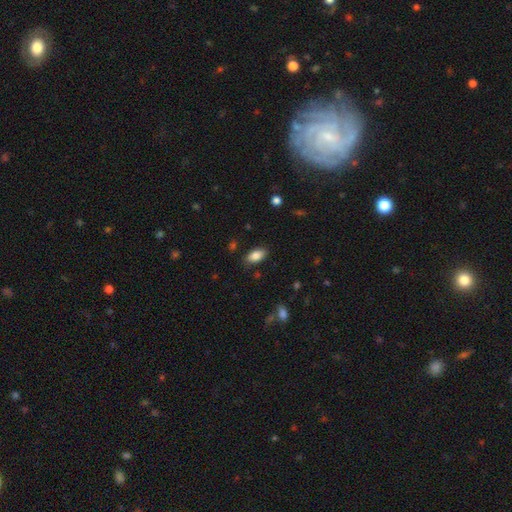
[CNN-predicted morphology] Smooth or featured: smooth — 84% (featured or disk — 8%)
How rounded: in between — 92% (cigar-shaped — 5%)
Merging: none — 85% (minor disturbance — 11%)